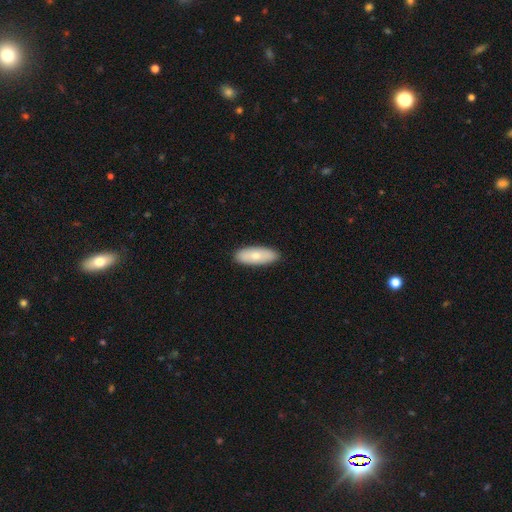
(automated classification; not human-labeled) Smooth or featured? smooth (70%)
How rounded? in between (79%)
Merging? none (88%)